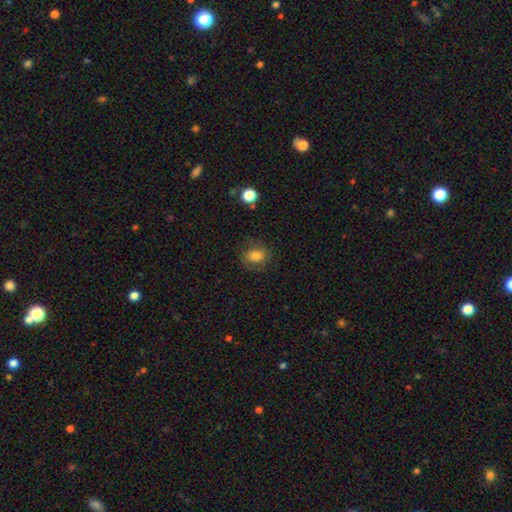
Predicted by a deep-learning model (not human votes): Smooth or featured?
  - smooth: 64% *
  - featured or disk: 25%
  - star or artifact: 10%
How rounded?
  - round: 57% *
  - in between: 42%
  - cigar-shaped: 1%
Merging?
  - none: 70% *
  - minor disturbance: 18%
  - major disturbance: 10%
  - merger: 2%